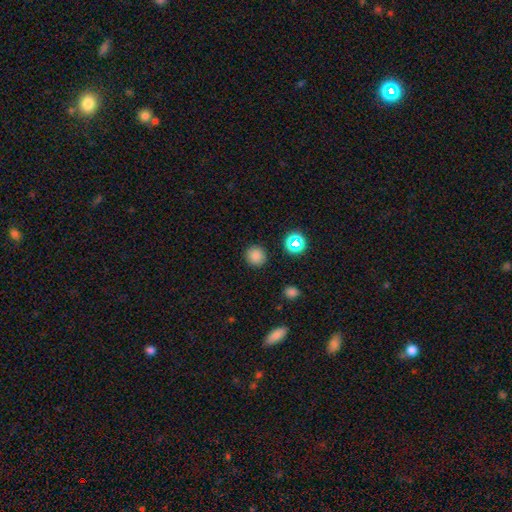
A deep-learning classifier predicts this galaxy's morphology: The model was most divided on "smooth or featured": smooth: 80%, star or artifact: 15%, featured or disk: 5%. More confident: how rounded — round (92%); merging — none (89%).